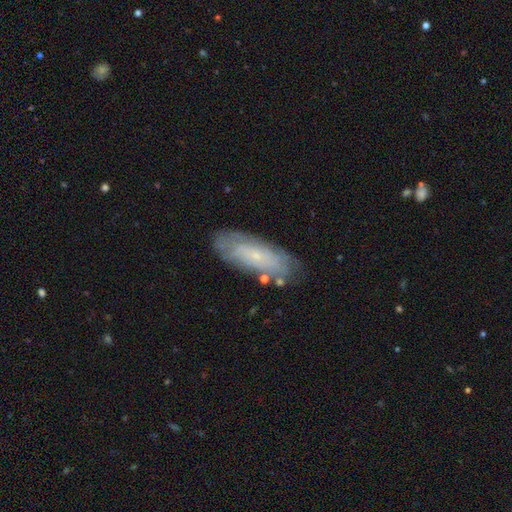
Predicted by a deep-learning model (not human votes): A featured or disk galaxy (58%).

Vote fractions:
- Smooth or featured? featured or disk: 58% / smooth: 34% / star or artifact: 8%
- Edge-on disk? no: 83% / yes: 17%
- Merging? none: 77% / minor disturbance: 16% / major disturbance: 4% / merger: 3%